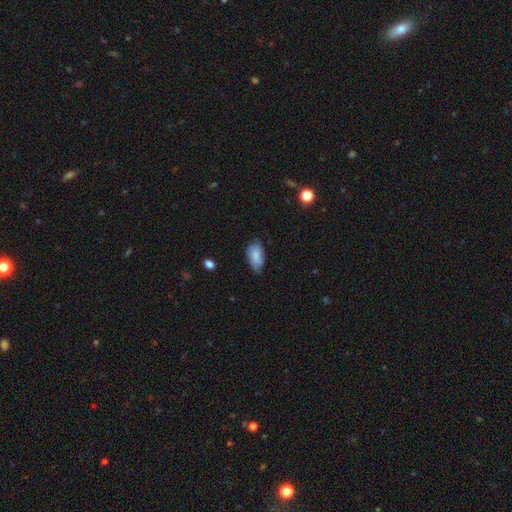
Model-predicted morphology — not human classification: smooth 79%, featured or disk 14%, star or artifact 7%. Down the decision tree: how rounded — in between (93%); merging — none (58%).